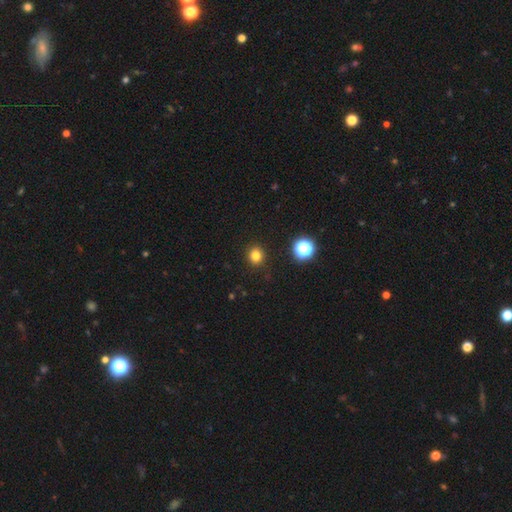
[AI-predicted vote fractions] Smooth or featured? Predicted: smooth (p=0.80). How rounded? Predicted: round (p=0.86). Merging? Predicted: none (p=0.92).